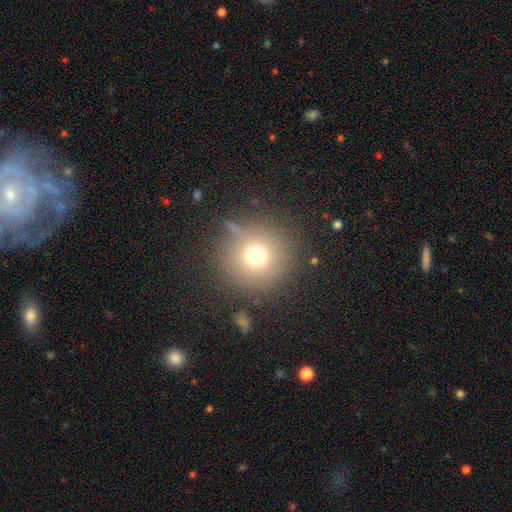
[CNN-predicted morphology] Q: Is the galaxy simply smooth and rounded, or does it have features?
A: smooth — 72%.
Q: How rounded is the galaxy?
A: round — 95%.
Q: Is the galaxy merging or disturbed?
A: none — 82%.